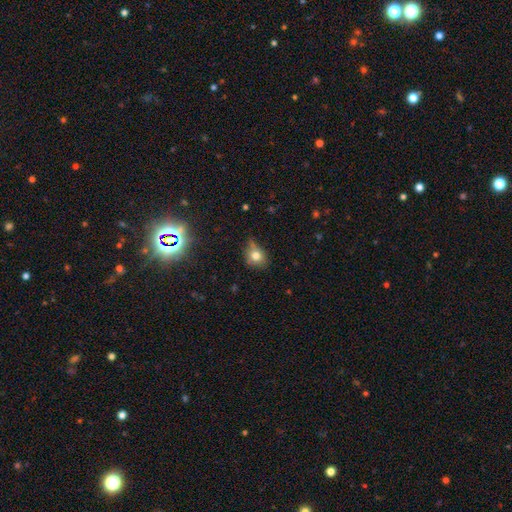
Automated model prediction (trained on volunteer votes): This appears to be a smooth galaxy with no disk features (73%) that is round (57%). Merging: none (55%).